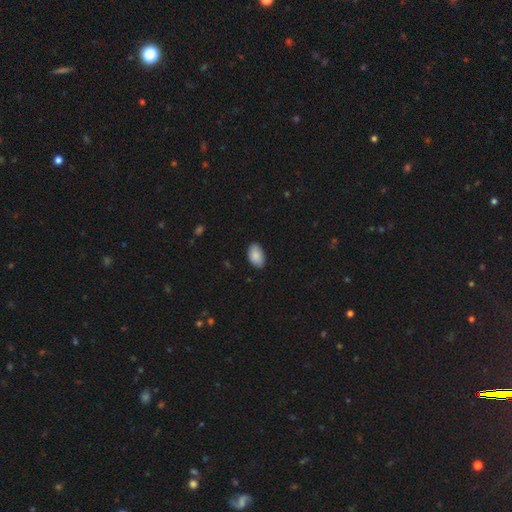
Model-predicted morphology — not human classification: smooth_or_featured: smooth (p=0.89) [alt: star or artifact p=0.06]
how_rounded: in between (p=0.93) [alt: round p=0.05]
merging: none (p=0.85) [alt: minor disturbance p=0.12]